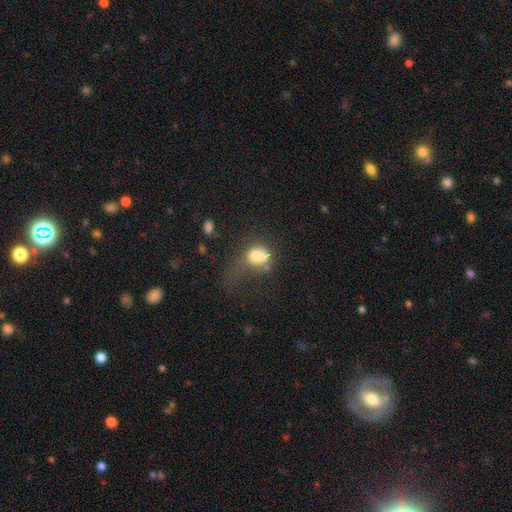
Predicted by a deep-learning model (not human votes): This appears to be a smooth galaxy with no disk features (63%) that is round (52%). Merging: merger (44%).